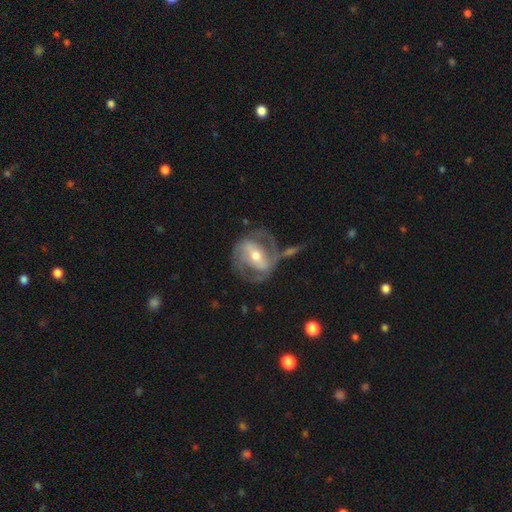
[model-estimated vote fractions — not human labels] This appears to be a featured or disk galaxy (83%) with a strong bar (49%), 2 (79%) medium (46%) spiral arms (86%) and a moderate central bulge (66%). Merging: none (57%).